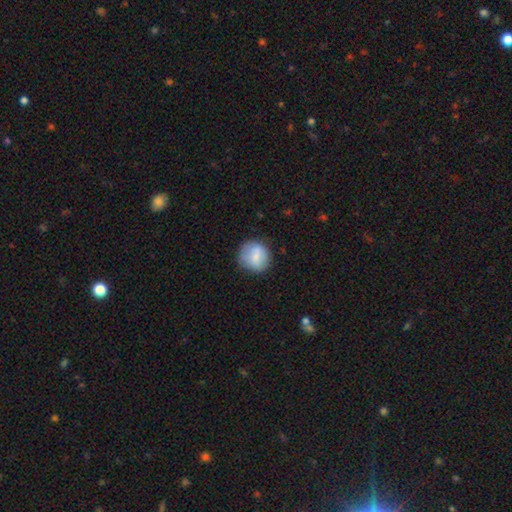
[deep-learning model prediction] Smooth or featured? Predicted: smooth (p=0.77). How rounded? Predicted: round (p=0.87). Merging? Predicted: none (p=0.77).